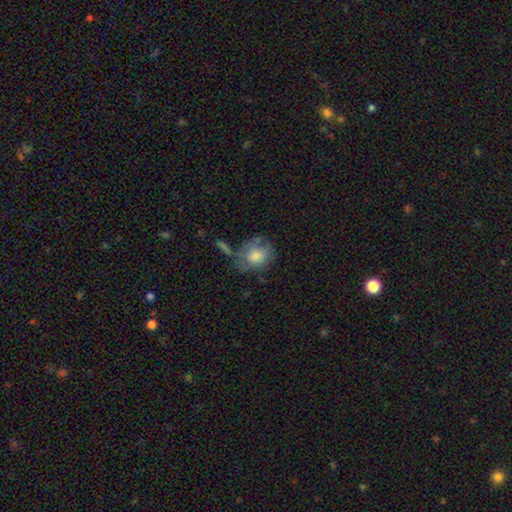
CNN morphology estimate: A smooth galaxy with no disk features (64%) that is round (60%).

Vote fractions:
- Smooth or featured? smooth: 64% / featured or disk: 27% / star or artifact: 8%
- How rounded? round: 60% / in between: 38% / cigar-shaped: 1%
- Merging? none: 45% / minor disturbance: 26% / major disturbance: 17% / merger: 11%